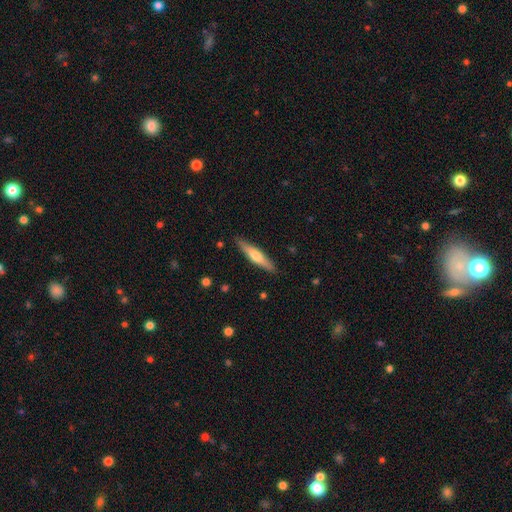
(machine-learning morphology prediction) smooth_or_featured: smooth (p=0.51) [alt: featured or disk p=0.44]
how_rounded: cigar-shaped (p=0.86) [alt: in between p=0.13]
merging: none (p=0.88) [alt: minor disturbance p=0.09]